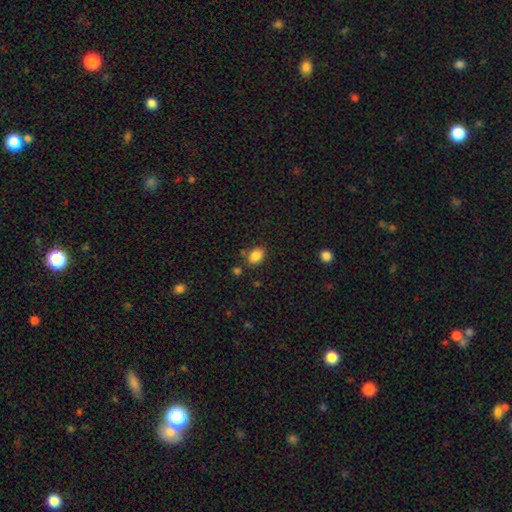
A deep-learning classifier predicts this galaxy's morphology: The model was most divided on "how rounded": in between: 75%, round: 24%, cigar-shaped: 1%. More confident: smooth or featured — smooth (85%); merging — none (75%).